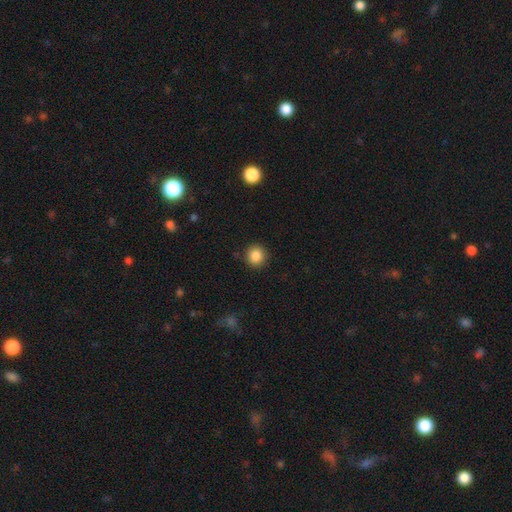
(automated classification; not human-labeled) Smooth or featured: smooth — 86% (star or artifact — 10%)
How rounded: round — 92% (in between — 7%)
Merging: none — 91% (minor disturbance — 6%)